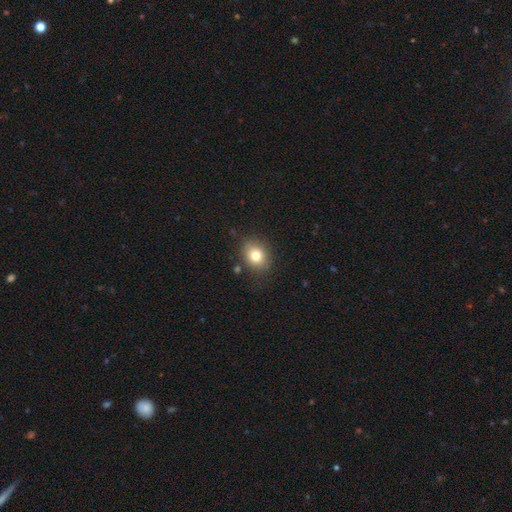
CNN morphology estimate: Q: Smooth or featured?
A: smooth (79%); runner-up: star or artifact (10%)
Q: How rounded?
A: round (52%); runner-up: in between (47%)
Q: Merging?
A: none (82%); runner-up: minor disturbance (12%)